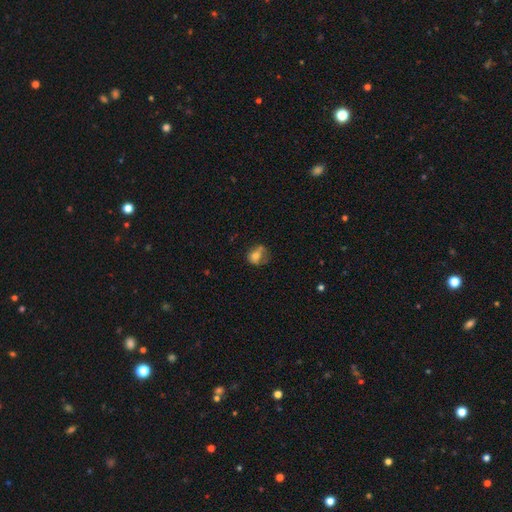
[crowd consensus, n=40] smooth-or-featured: smooth: 80% | featured or disk: 18% | star or artifact: 2%
  how-rounded: round: 53% | in between: 47% | cigar-shaped: 0%
  merging: none: 46% | minor disturbance: 26% | merger: 15% | major disturbance: 13%